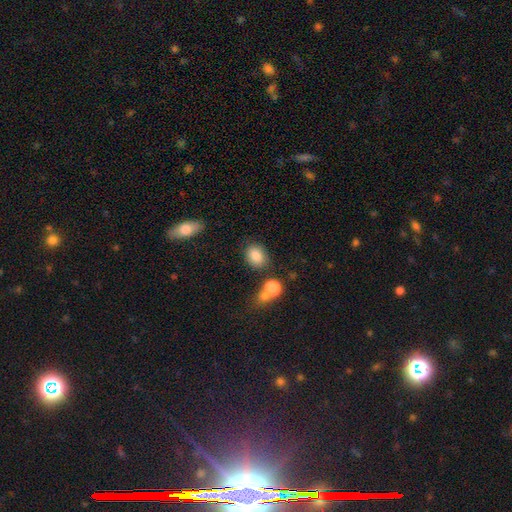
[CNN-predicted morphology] smooth_or_featured: smooth (p=0.84) [alt: star or artifact p=0.09]
how_rounded: in between (p=0.56) [alt: round p=0.43]
merging: none (p=0.72) [alt: minor disturbance p=0.13]